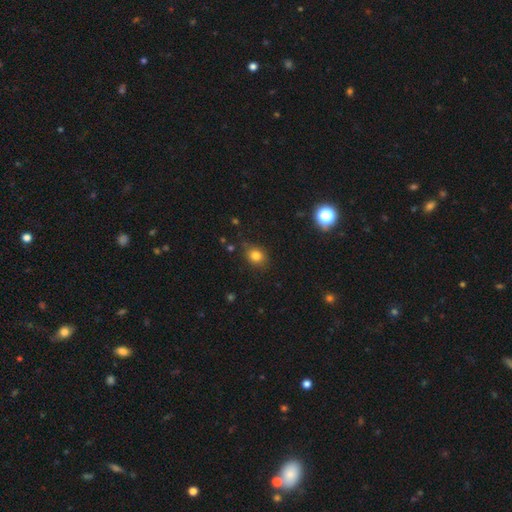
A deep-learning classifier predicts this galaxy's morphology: Overall: smooth (81%). How rounded: round (65%; in between 34%). Merging: none (77%).